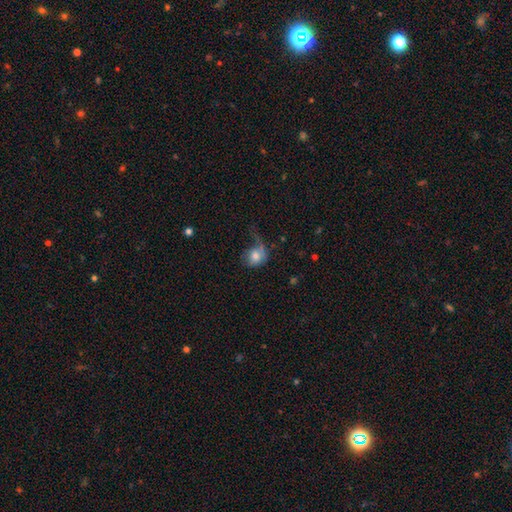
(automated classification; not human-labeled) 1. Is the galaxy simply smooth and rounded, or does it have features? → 68% smooth, 23% featured or disk, 9% star or artifact.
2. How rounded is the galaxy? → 62% round, 37% in between, 1% cigar-shaped.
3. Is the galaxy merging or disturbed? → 45% major disturbance, 27% none, 22% minor disturbance, 6% merger.